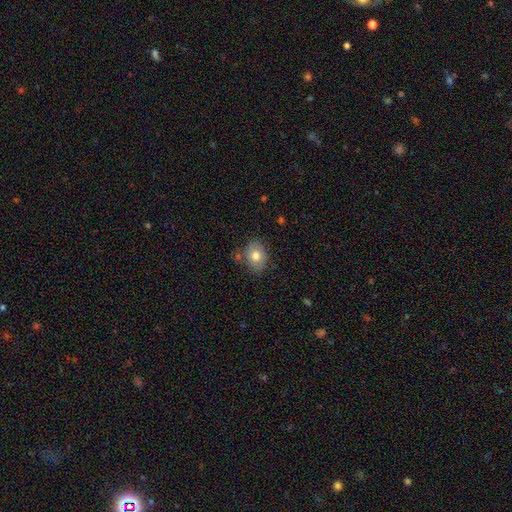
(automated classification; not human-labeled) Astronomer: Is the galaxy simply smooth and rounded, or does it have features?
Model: smooth — 77%.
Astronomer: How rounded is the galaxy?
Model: in between — 59% (runner-up: round, 40%).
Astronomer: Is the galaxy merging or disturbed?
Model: none — 74%.